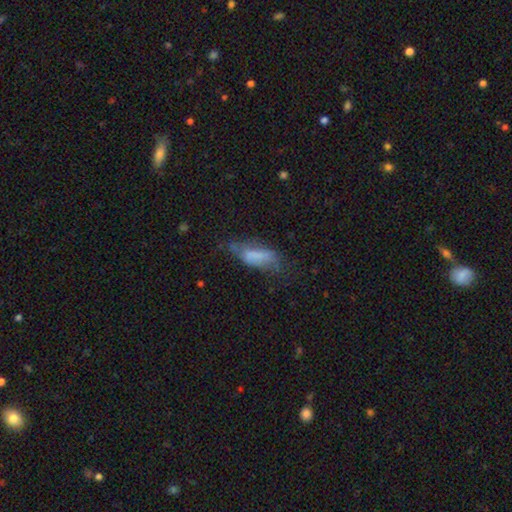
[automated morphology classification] A smooth galaxy with no disk features (60%) that is in between round and cigar-shaped (64%). Merging: none (38%).